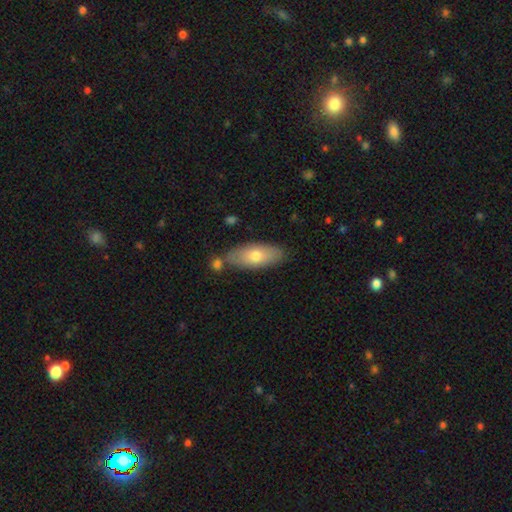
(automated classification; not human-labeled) Morphology: type=smooth (70%); roundness=in between (81%); merging=none (73%).